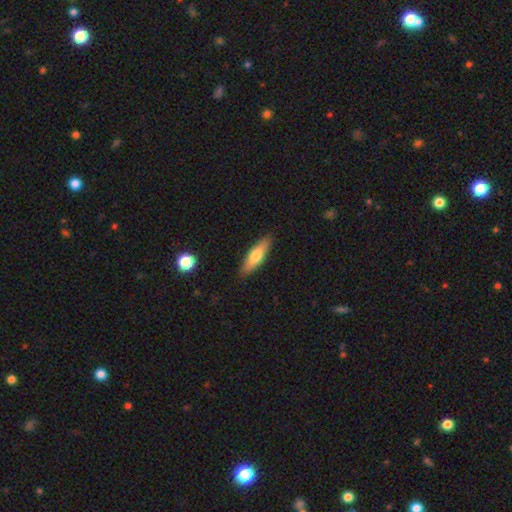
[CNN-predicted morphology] This appears to be a smooth galaxy with no disk features (69%) that is cigar-shaped (59%). Merging: none (88%).